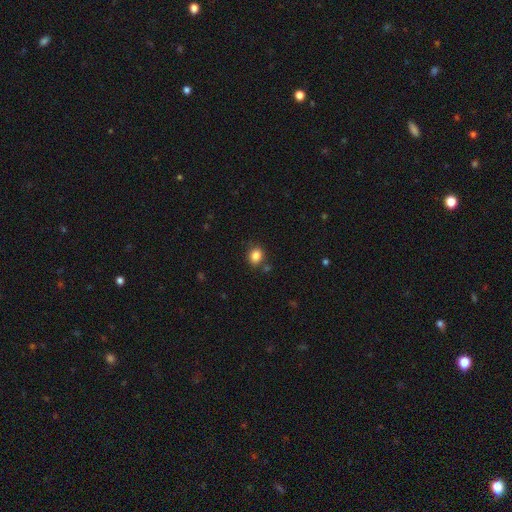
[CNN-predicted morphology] smooth 85%, star or artifact 11%, featured or disk 5%. Down the decision tree: how rounded — round (53%); merging — none (79%).